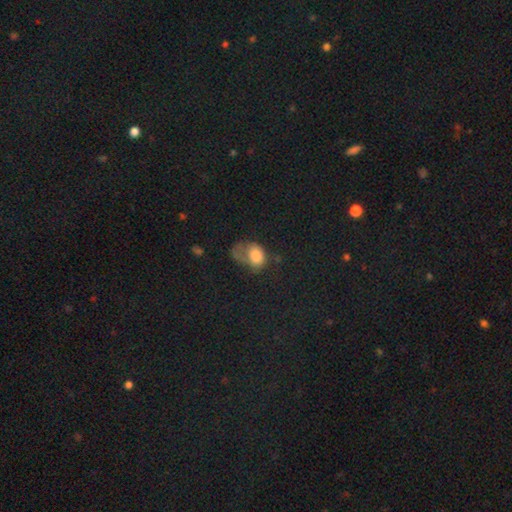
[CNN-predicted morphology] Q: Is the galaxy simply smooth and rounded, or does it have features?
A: smooth — 72%.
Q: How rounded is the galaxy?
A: in between — 71%.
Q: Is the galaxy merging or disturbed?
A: major disturbance — 55%.